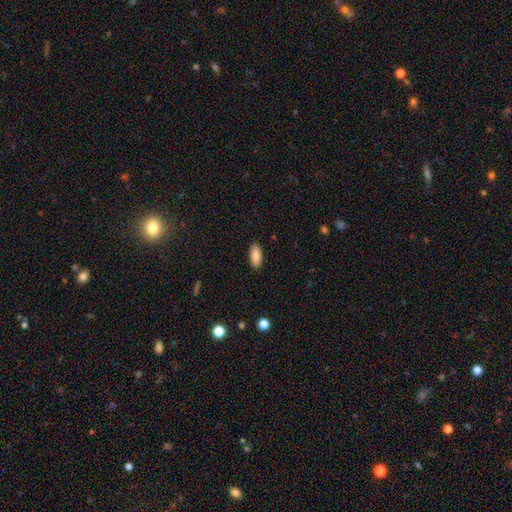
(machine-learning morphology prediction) Q: Smooth or featured?
A: smooth (89%); runner-up: star or artifact (6%)
Q: How rounded?
A: in between (86%); runner-up: cigar-shaped (12%)
Q: Merging?
A: none (89%); runner-up: minor disturbance (8%)